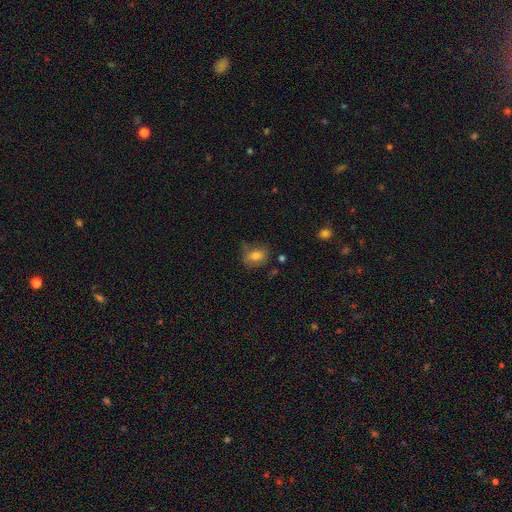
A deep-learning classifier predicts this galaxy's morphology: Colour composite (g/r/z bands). It shows a smooth galaxy with no disk features (70%) that is in between round and cigar-shaped (65%). Merging: none (61%).